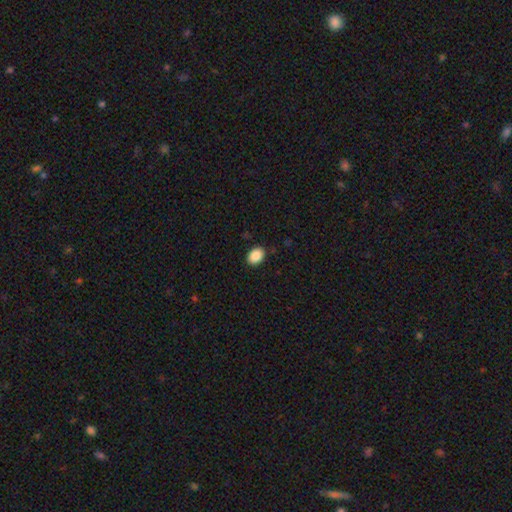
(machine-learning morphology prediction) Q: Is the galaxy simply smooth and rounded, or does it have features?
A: smooth — 89%.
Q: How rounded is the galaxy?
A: in between — 75%.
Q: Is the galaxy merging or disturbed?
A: none — 88%.